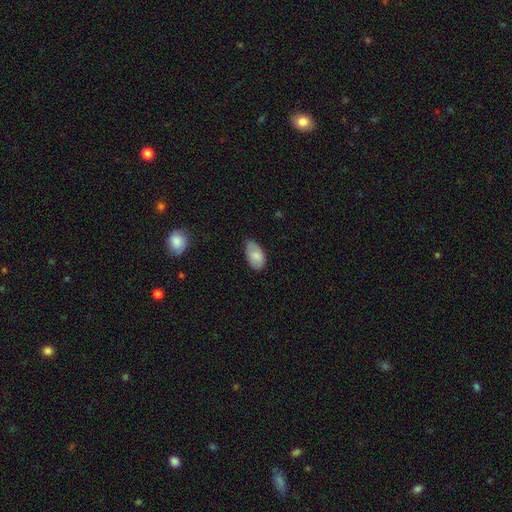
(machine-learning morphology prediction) Smooth or featured? Predicted: smooth (p=0.83). How rounded? Predicted: in between (p=0.94). Merging? Predicted: none (p=0.61).